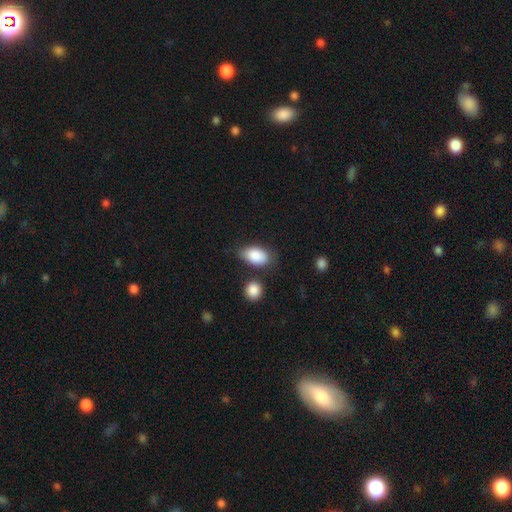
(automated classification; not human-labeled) Overall: smooth (88%). How rounded: in between (91%). Merging: none (69%).